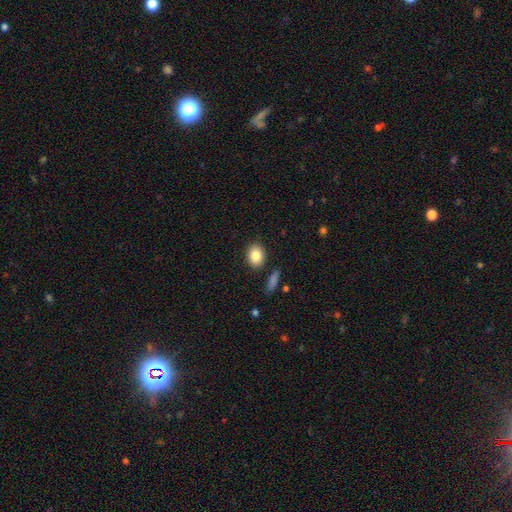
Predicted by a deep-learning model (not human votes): Overall: smooth (85%). How rounded: in between (68%; round 31%). Merging: none (86%).